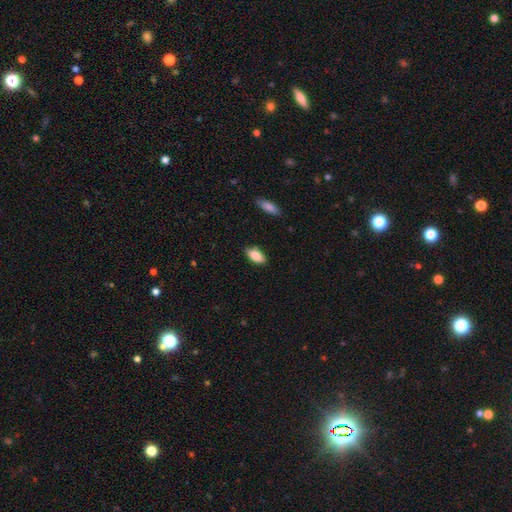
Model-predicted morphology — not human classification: smooth 79%, featured or disk 14%, star or artifact 7%. Down the decision tree: how rounded — in between (88%); merging — none (84%).